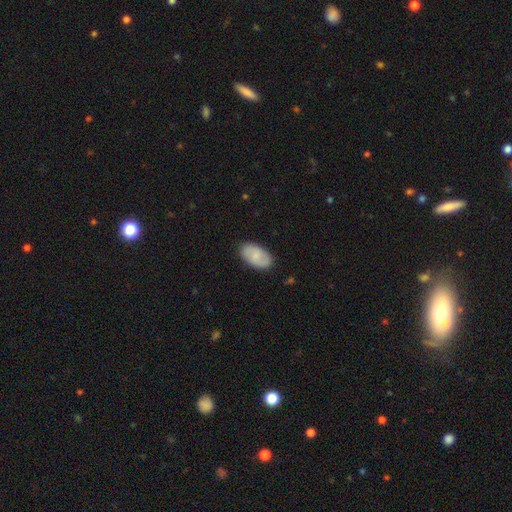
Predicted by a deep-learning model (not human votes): This is likely a smooth galaxy (73%). How rounded: clearly in between (94%). Merging: clearly none (84%).